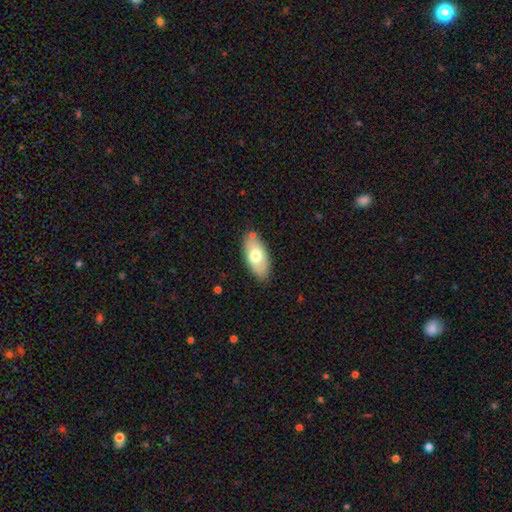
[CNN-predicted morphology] A smooth galaxy with no disk features (69%) that is in between round and cigar-shaped (91%). Merging: none (80%).